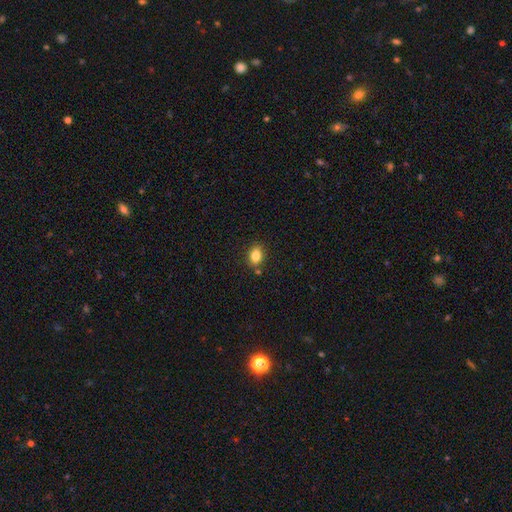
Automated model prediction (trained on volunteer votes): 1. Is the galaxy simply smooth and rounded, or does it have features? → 83% smooth, 10% star or artifact, 7% featured or disk.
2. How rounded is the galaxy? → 69% in between, 30% round, 1% cigar-shaped.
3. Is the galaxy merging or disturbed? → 82% none, 10% minor disturbance, 5% merger, 2% major disturbance.